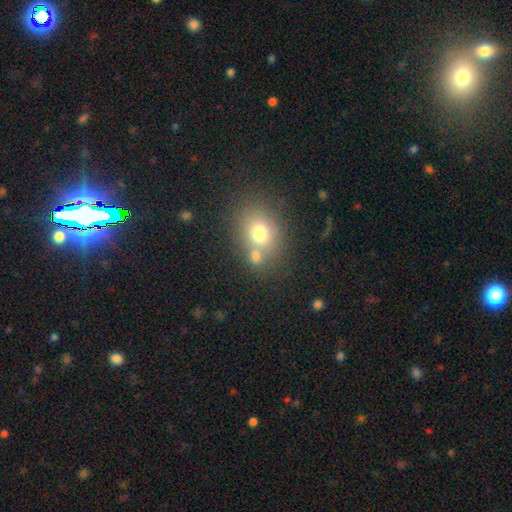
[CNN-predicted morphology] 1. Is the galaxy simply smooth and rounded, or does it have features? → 73% smooth, 14% featured or disk, 14% star or artifact.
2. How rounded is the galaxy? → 54% round, 44% in between, 1% cigar-shaped.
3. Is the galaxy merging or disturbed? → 50% none, 34% merger, 11% minor disturbance, 5% major disturbance.